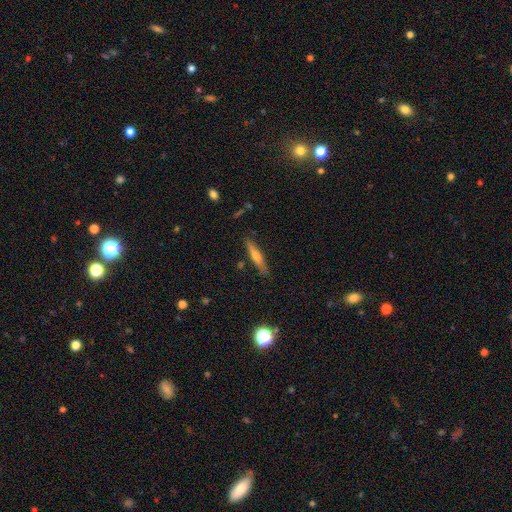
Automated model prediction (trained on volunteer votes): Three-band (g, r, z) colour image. It shows a featured or disk galaxy (54%) viewed edge-on (94%) with a rounded central bulge (81%). Merging: none (87%).